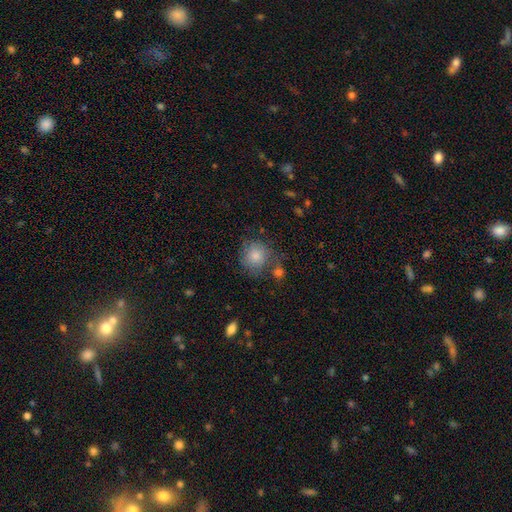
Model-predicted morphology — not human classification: Q: Smooth or featured?
A: smooth (80%); runner-up: featured or disk (12%)
Q: How rounded?
A: round (85%); runner-up: in between (14%)
Q: Merging?
A: none (59%); runner-up: minor disturbance (22%)